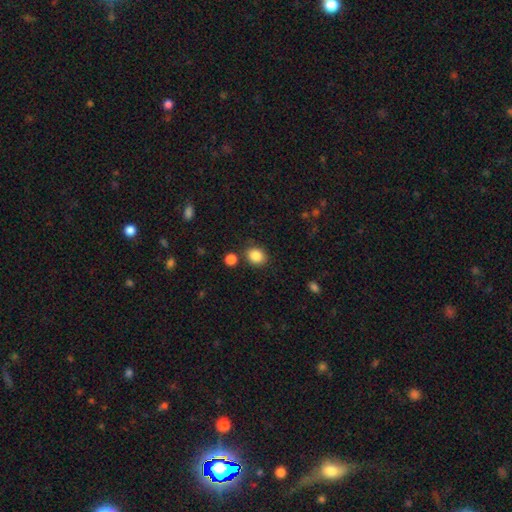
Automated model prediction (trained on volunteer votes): Overall: smooth (86%). How rounded: round (60%; in between 39%). Merging: none (81%).